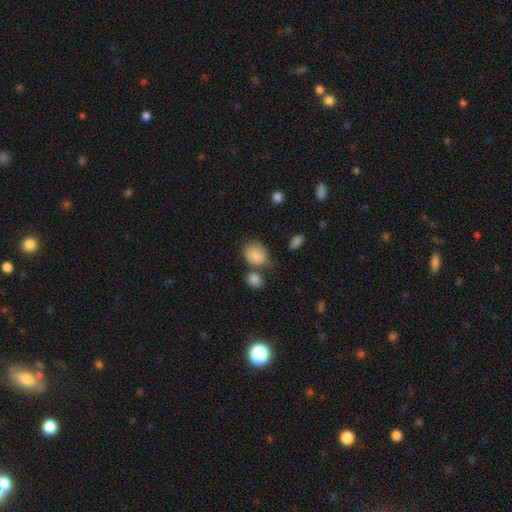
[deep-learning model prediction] This is clearly a smooth galaxy (83%). How rounded: possibly round (57%). Merging: possibly none (51%).